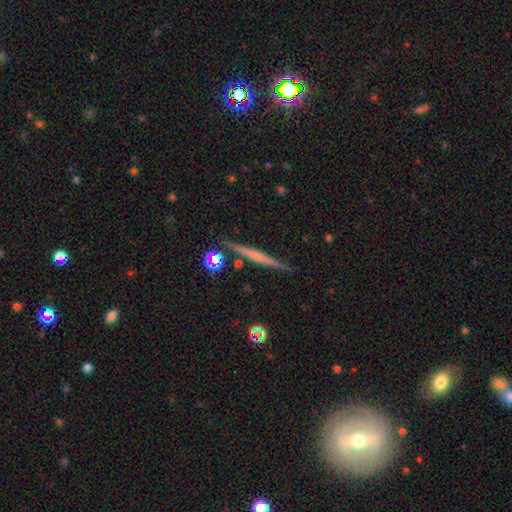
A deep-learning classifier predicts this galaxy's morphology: Smooth or featured? featured or disk (57%)
Edge-on disk? yes (98%)
Edge-on bulge? none (72%)
Merging? none (89%)